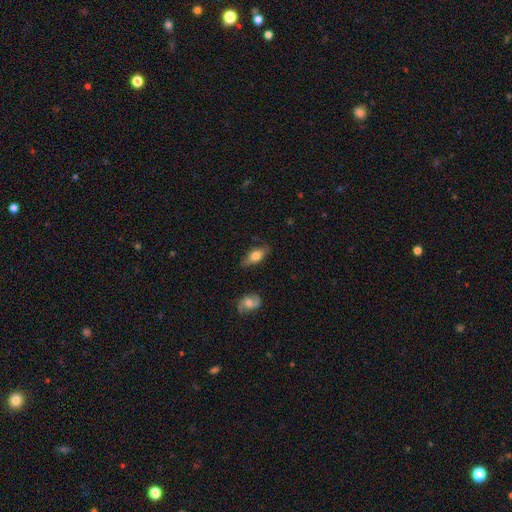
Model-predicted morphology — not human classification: type=smooth (65%); roundness=in between (76%); merging=none (77%).